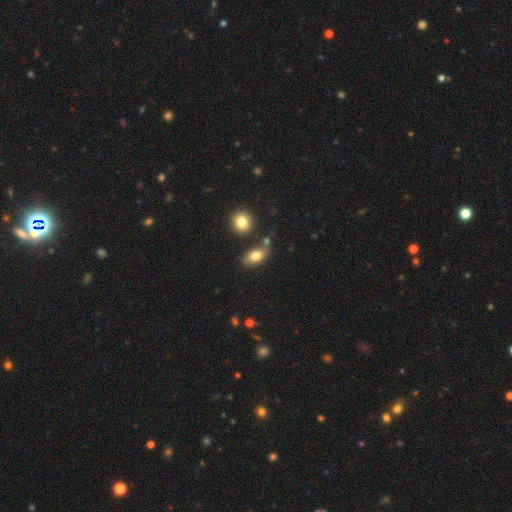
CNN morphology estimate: Overall: smooth (77%). How rounded: in between (83%). Merging: none (68%).